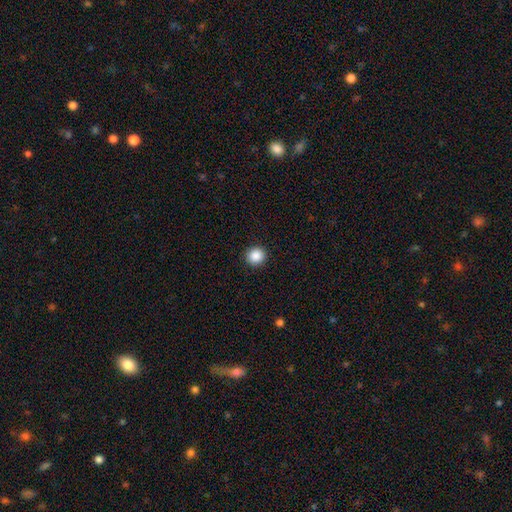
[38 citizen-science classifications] Smooth or featured: smooth — 92% (star or artifact — 8%)
How rounded: round — 94% (in between — 6%)
Merging: none — 97% (minor disturbance — 3%)